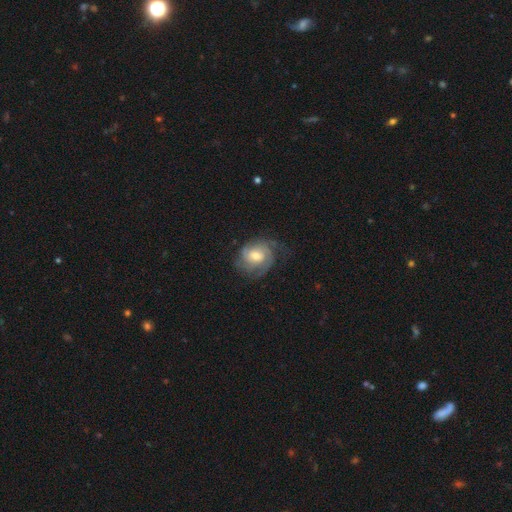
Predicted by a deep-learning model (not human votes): Smooth or featured? featured or disk (80%)
Edge-on disk? no (98%)
Bar? no (53%)
Spiral arms? yes (95%)
Spiral winding? tight (56%)
Spiral arm count? 3 (31%)
Bulge size? moderate (68%)
Merging? none (67%)